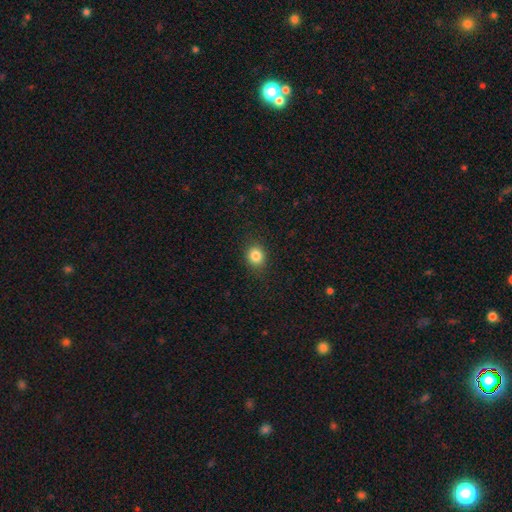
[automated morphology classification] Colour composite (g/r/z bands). It shows a smooth galaxy with no disk features (84%) that is round (75%). Merging: none (88%).